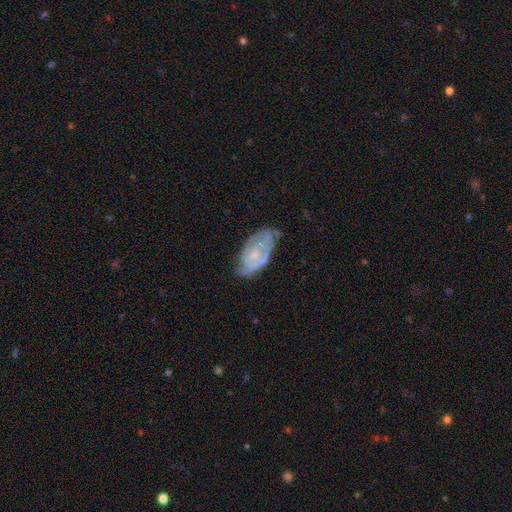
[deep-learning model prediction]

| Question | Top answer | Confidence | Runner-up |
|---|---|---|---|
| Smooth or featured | featured or disk | 67% | smooth (26%) |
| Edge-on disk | no | 94% | yes (6%) |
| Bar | no | 71% | weak (24%) |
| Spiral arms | yes | 66% | no (34%) |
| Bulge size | small | 60% | moderate (23%) |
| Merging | none | 58% | minor disturbance (29%) |